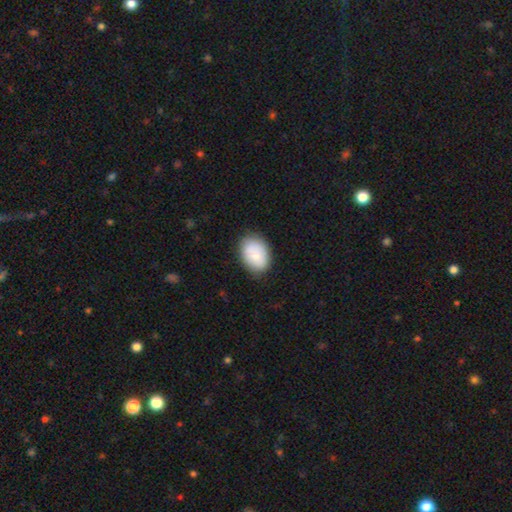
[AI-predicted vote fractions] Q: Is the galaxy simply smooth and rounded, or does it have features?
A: smooth — 76%.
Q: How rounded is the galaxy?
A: in between — 71%.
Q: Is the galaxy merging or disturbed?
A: none — 79%.